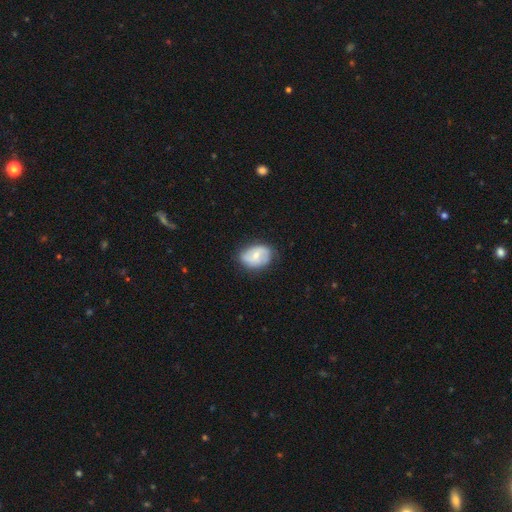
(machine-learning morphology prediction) The model was most divided on "smooth or featured": featured or disk: 50%, smooth: 43%, star or artifact: 7%. More confident: merging — none (72%).